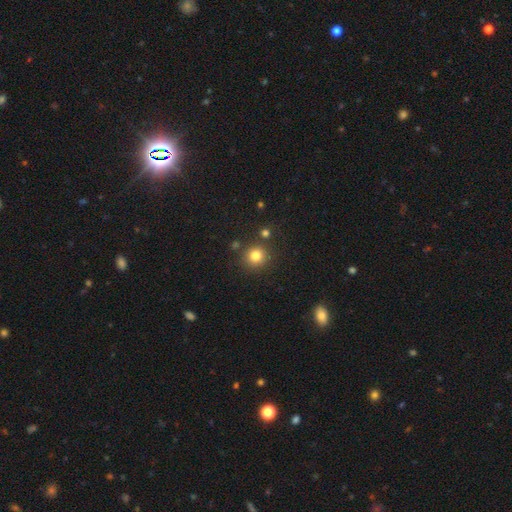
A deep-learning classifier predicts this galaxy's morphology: This is clearly a smooth galaxy (80%). How rounded: clearly round (91%). Merging: clearly none (84%).